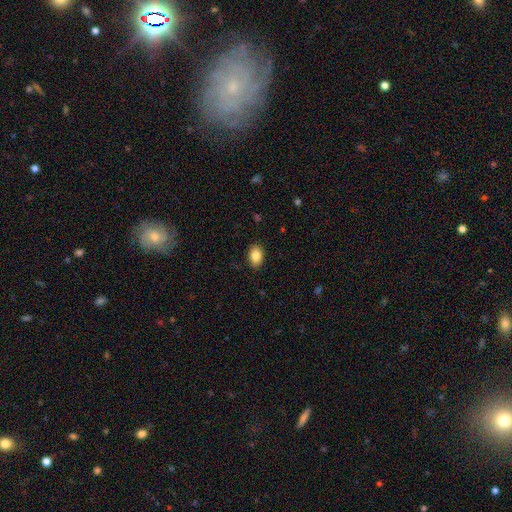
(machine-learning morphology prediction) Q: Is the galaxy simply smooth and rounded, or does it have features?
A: smooth — 85%.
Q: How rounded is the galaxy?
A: in between — 84%.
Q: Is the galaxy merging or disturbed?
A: none — 88%.